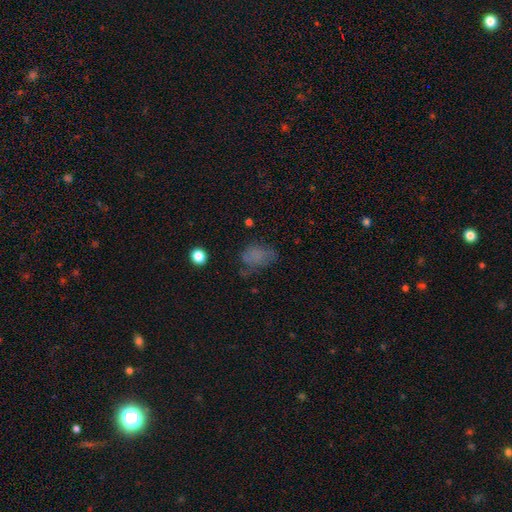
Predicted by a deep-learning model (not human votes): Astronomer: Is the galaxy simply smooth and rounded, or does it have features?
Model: smooth — 63%.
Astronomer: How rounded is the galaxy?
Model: in between — 76%.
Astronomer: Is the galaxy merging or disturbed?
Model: none — 44% (runner-up: minor disturbance, 27%).